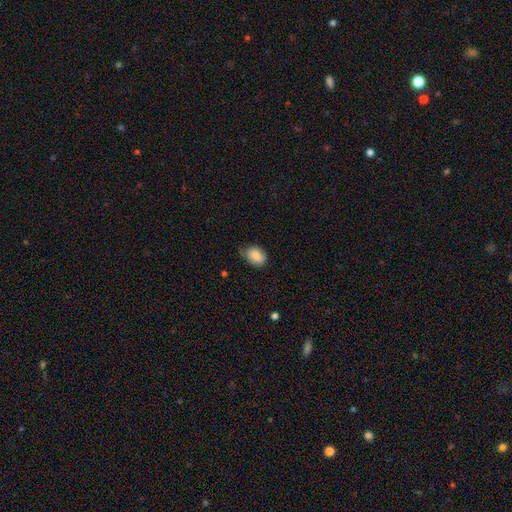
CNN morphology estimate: A smooth galaxy with no disk features (86%) that is in between round and cigar-shaped (71%). Merging: none (64%).